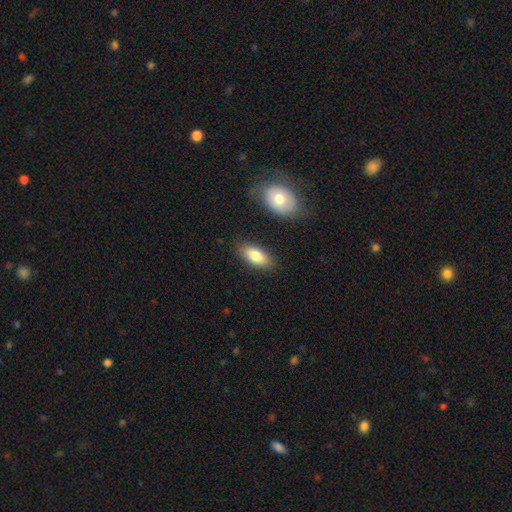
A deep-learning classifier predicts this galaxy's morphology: Overall: smooth (81%). How rounded: in between (88%). Merging: none (83%).